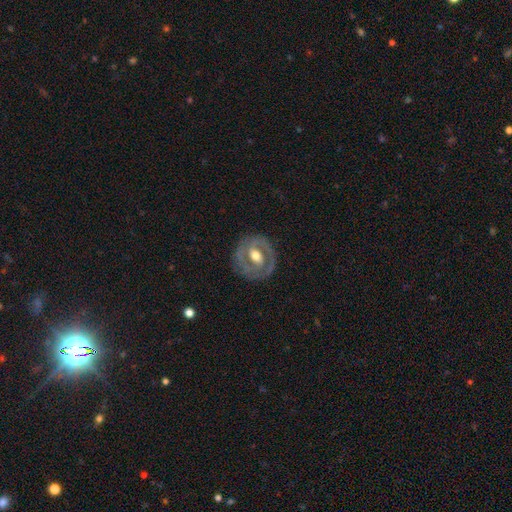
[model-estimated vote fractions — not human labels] This is likely a featured or disk galaxy (76%). It is clearly not viewed edge-on (95%). Bar: marginally weak (41%). Spiral arm pattern: likely yes (67%). Central bulge: likely moderate (72%). Merging: likely none (79%).